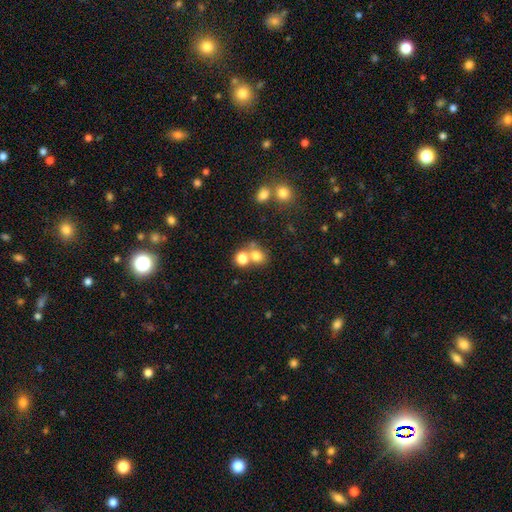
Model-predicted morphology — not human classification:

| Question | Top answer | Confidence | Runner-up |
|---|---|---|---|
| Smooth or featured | smooth | 75% | star or artifact (15%) |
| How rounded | round | 68% | in between (31%) |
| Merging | none | 45% | merger (42%) |